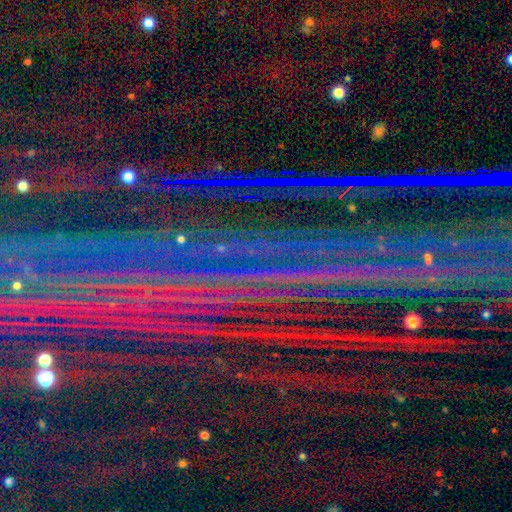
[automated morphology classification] A star or artifact, not a galaxy (88%).